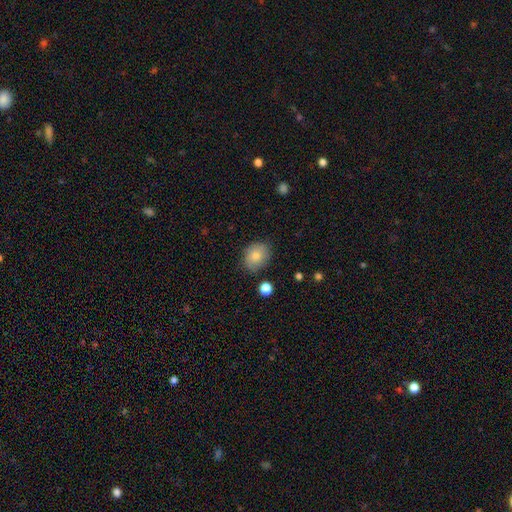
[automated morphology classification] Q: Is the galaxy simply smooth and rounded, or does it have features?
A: smooth — 80%.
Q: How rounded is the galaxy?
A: round — 55%.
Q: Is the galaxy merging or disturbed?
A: none — 78%.